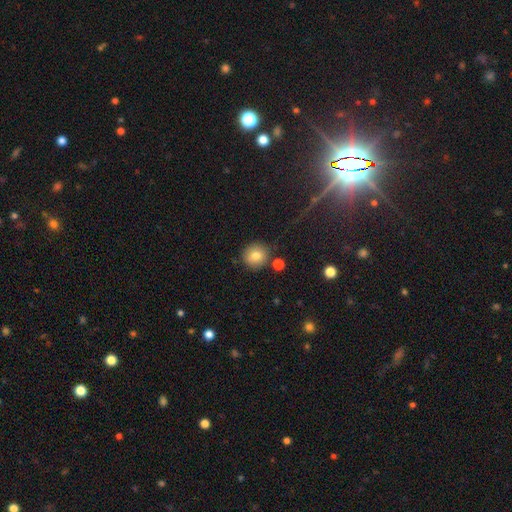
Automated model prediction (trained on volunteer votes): Overall: smooth (80%). How rounded: round (91%). Merging: none (82%).